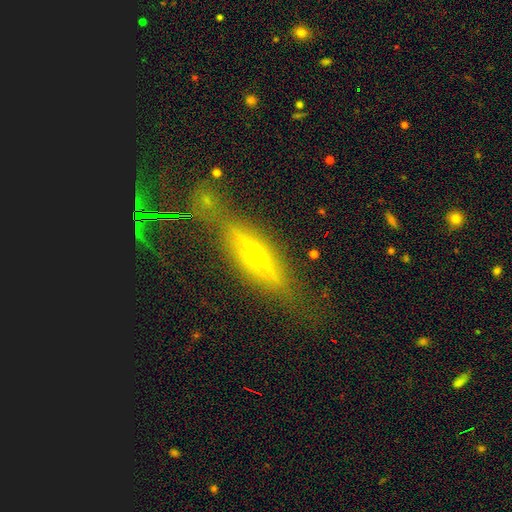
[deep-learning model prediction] Morphology: type=featured or disk (70%); edge-on=yes (91%); edge-on bulge=rounded (87%); merging=none (74%).